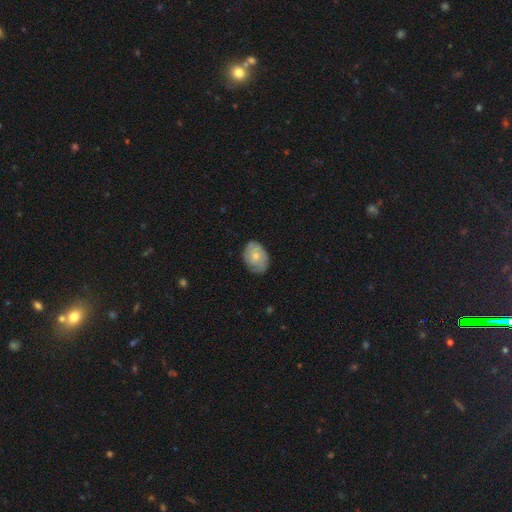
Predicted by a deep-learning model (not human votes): Smooth or featured?
  - smooth: 64% *
  - featured or disk: 30%
  - star or artifact: 6%
How rounded?
  - in between: 71% *
  - round: 28%
  - cigar-shaped: 1%
Merging?
  - none: 70% *
  - minor disturbance: 25%
  - major disturbance: 4%
  - merger: 1%